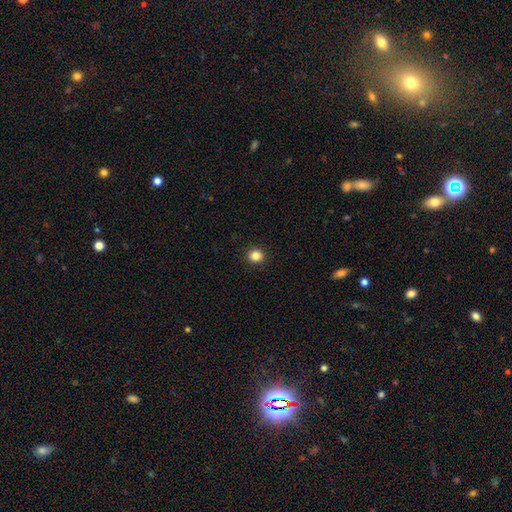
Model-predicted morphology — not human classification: The model was most divided on "smooth or featured": smooth: 85%, star or artifact: 11%, featured or disk: 4%. More confident: merging — none (93%); how rounded — round (88%).